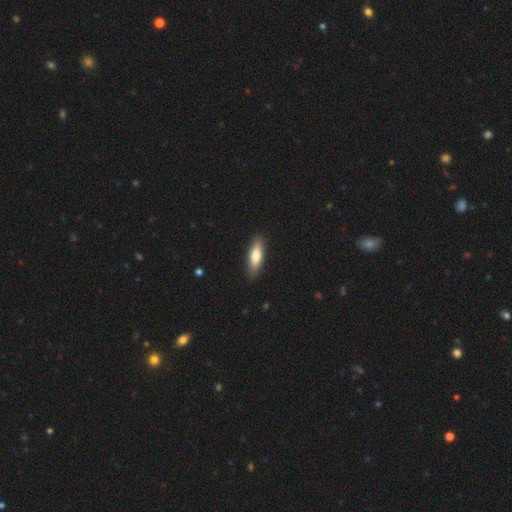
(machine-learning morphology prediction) This is likely a smooth galaxy (76%). How rounded: possibly in between (52%). Merging: clearly none (86%).